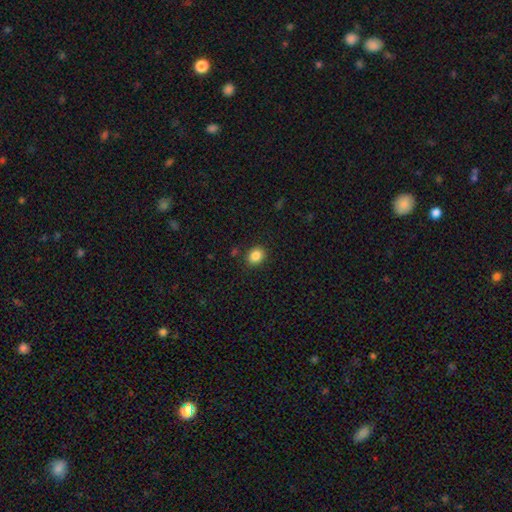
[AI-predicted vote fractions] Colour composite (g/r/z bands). It shows a smooth galaxy with no disk features (86%) that is round (52%). Merging: none (87%).